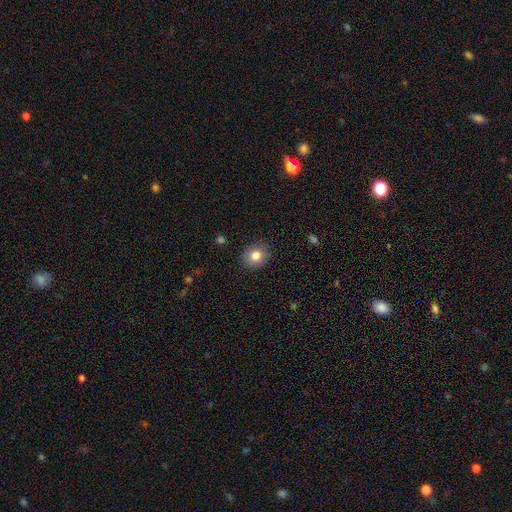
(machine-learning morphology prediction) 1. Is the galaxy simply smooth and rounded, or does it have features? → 81% smooth, 10% star or artifact, 9% featured or disk.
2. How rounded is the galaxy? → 75% round, 24% in between, 1% cigar-shaped.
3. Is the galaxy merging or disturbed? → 89% none, 8% minor disturbance, 2% major disturbance, 1% merger.